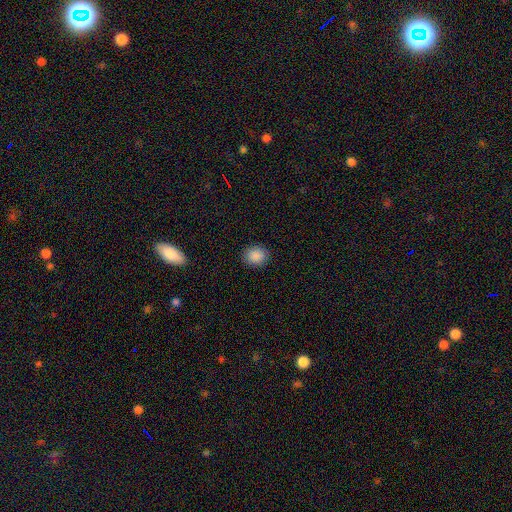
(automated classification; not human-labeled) Morphology: type=smooth (88%); roundness=round (61%); merging=none (89%).